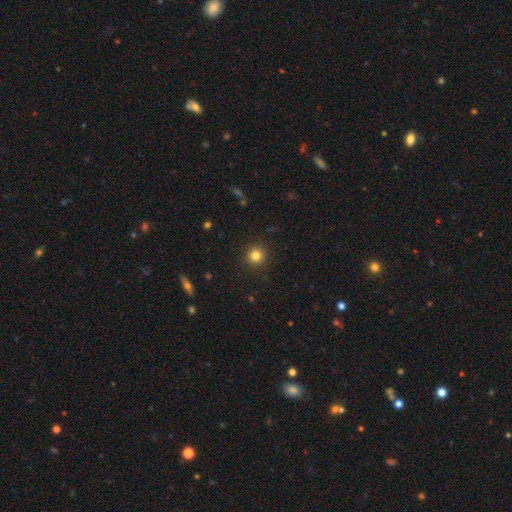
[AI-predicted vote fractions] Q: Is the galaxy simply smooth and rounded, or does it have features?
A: smooth — 82%.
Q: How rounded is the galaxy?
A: round — 94%.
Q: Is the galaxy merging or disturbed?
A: none — 92%.